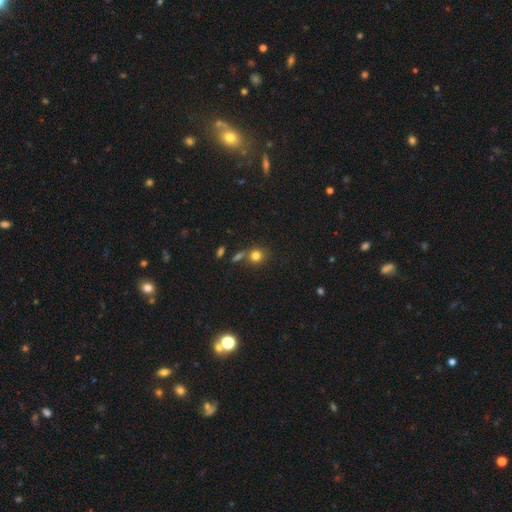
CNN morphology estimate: Smooth or featured? Predicted: smooth (p=0.80). How rounded? Predicted: round (p=0.85). Merging? Predicted: none (p=0.67).